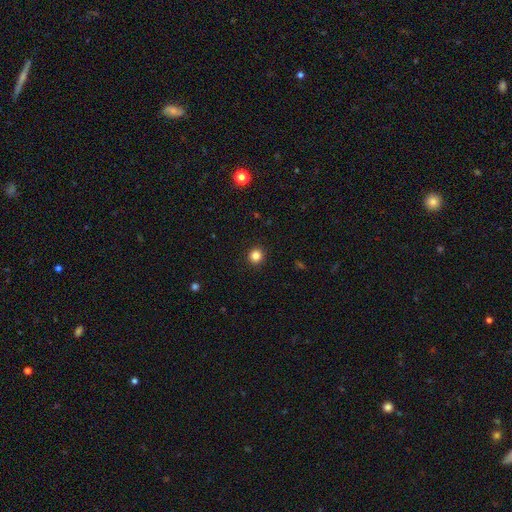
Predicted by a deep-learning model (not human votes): smooth 84%, star or artifact 12%, featured or disk 4%. Down the decision tree: how rounded — round (92%); merging — none (93%).